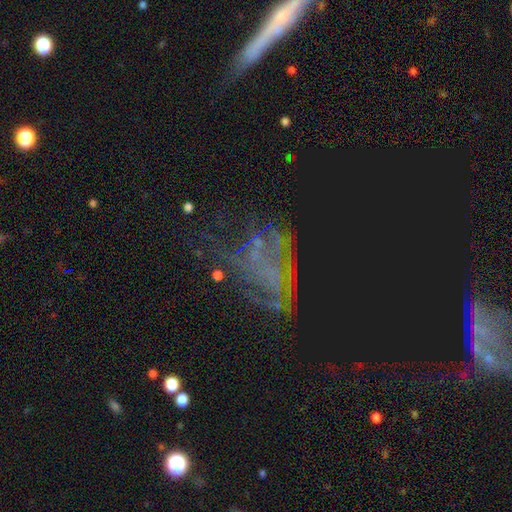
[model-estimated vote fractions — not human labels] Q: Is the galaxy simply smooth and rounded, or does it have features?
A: featured or disk — 56%.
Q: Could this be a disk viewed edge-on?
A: no — 96%.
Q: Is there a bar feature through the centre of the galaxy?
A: no — 81%.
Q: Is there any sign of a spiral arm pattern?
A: yes — 58%.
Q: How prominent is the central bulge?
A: none — 55%.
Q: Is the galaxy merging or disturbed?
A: none — 45%.